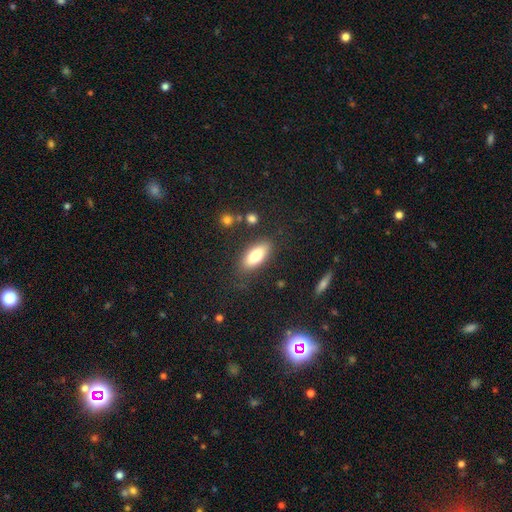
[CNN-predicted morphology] smooth 77%, featured or disk 16%, star or artifact 7%. Down the decision tree: how rounded — in between (81%); merging — none (82%).